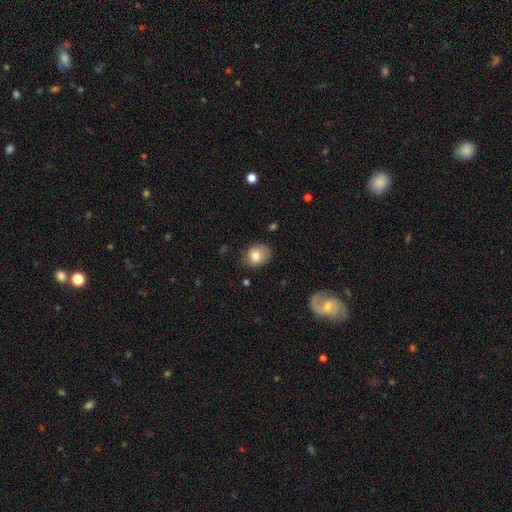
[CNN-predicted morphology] The model was most divided on "how rounded": in between: 63%, round: 36%, cigar-shaped: 1%. More confident: smooth or featured — smooth (78%); merging — none (70%).